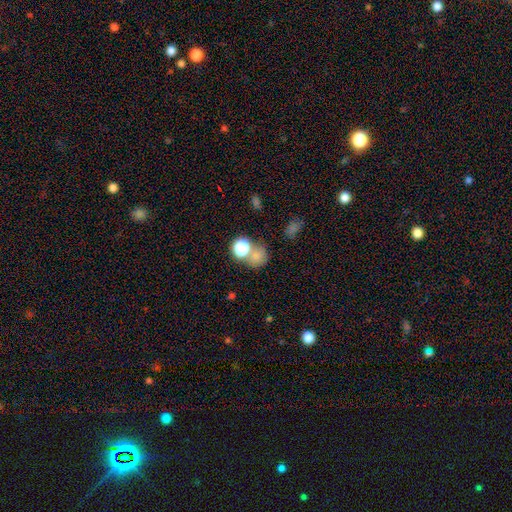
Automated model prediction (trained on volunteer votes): smooth_or_featured: smooth (p=0.70) [alt: star or artifact p=0.21]
how_rounded: round (p=0.75) [alt: in between p=0.24]
merging: none (p=0.47) [alt: merger p=0.35]